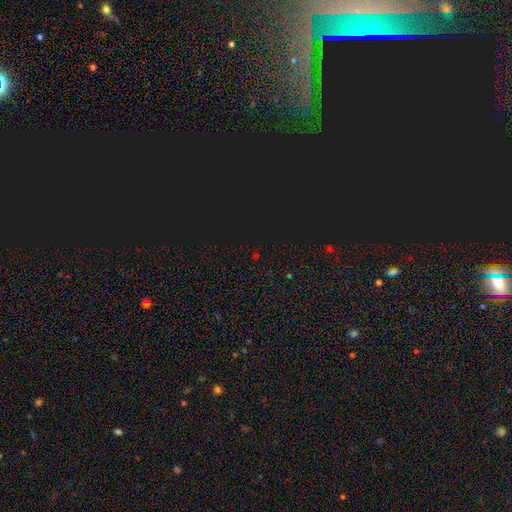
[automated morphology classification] Smooth or featured? star or artifact (75%)